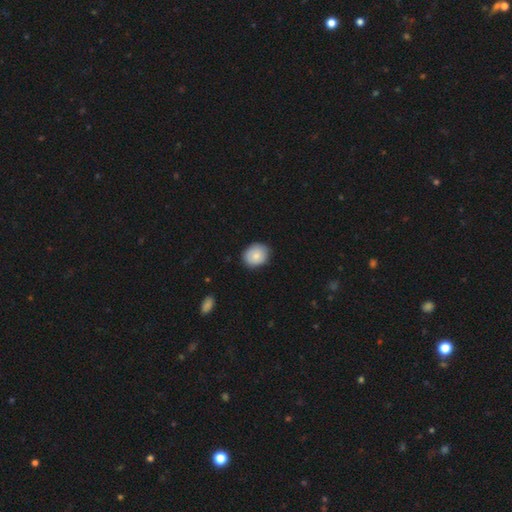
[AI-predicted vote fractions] This appears to be a smooth galaxy with no disk features (82%) that is round (63%). Merging: none (84%).